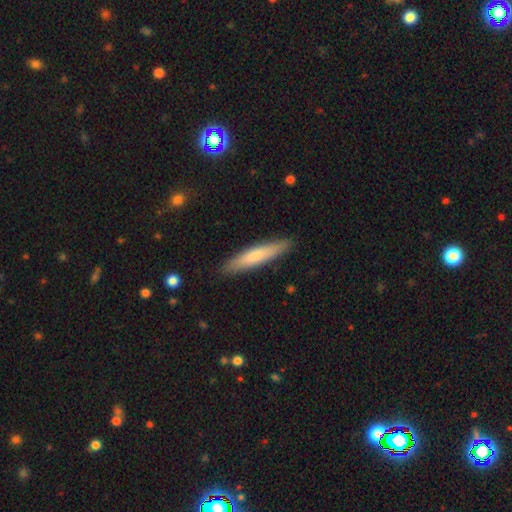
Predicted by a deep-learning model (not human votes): A smooth galaxy with no disk features (70%) that is cigar-shaped (88%). Merging: none (89%).